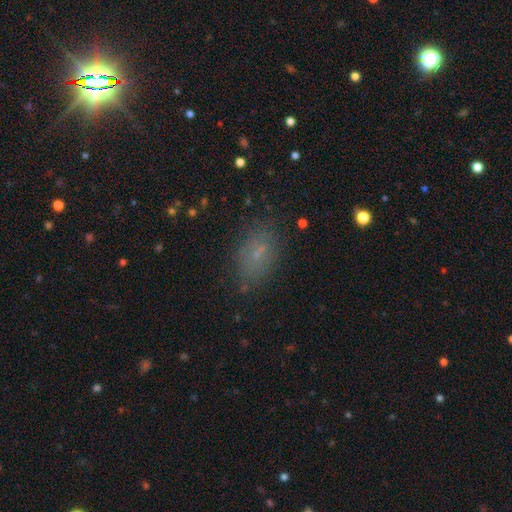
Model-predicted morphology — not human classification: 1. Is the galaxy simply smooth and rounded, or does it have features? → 67% smooth, 21% star or artifact, 12% featured or disk.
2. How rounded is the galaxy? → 86% in between, 11% round, 3% cigar-shaped.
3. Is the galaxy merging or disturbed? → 77% none, 15% minor disturbance, 6% major disturbance, 2% merger.